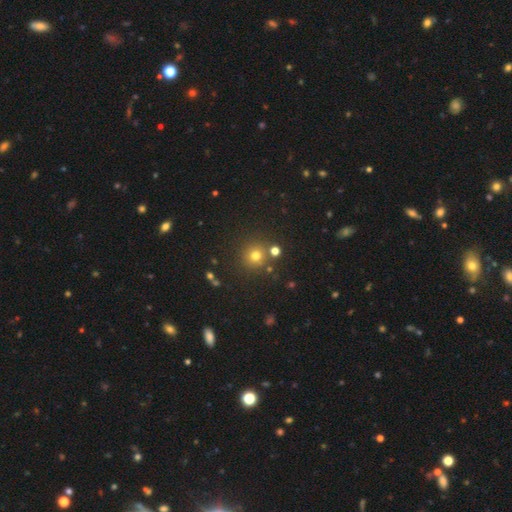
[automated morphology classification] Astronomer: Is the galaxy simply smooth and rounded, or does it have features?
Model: smooth — 72%.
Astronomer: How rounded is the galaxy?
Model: round — 92%.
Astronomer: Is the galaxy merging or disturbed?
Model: none — 81%.